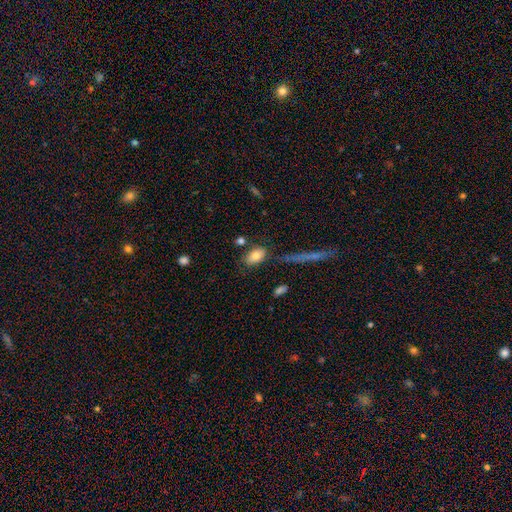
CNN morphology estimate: type=smooth (79%); roundness=in between (88%); merging=none (74%).